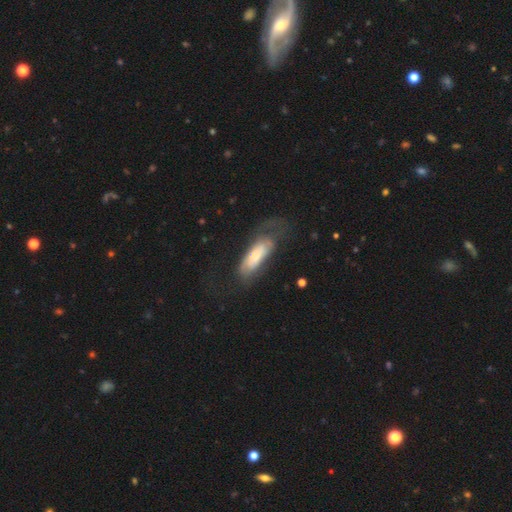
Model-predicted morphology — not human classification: smooth_or_featured: smooth (p=0.57) [alt: featured or disk p=0.37]
how_rounded: in between (p=0.66) [alt: cigar-shaped p=0.31]
merging: none (p=0.38) [alt: major disturbance p=0.34]